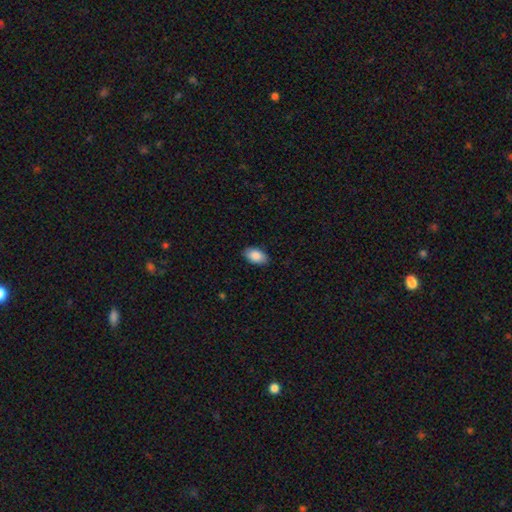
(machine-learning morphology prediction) smooth 88%, star or artifact 6%, featured or disk 5%. Down the decision tree: how rounded — in between (93%); merging — none (88%).